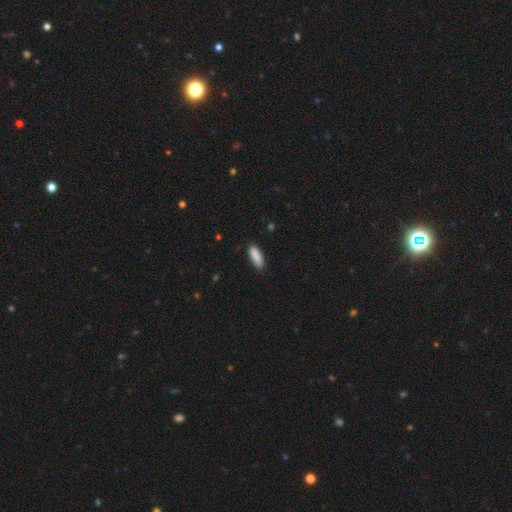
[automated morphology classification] type=smooth (90%); roundness=in between (56%); merging=none (86%).